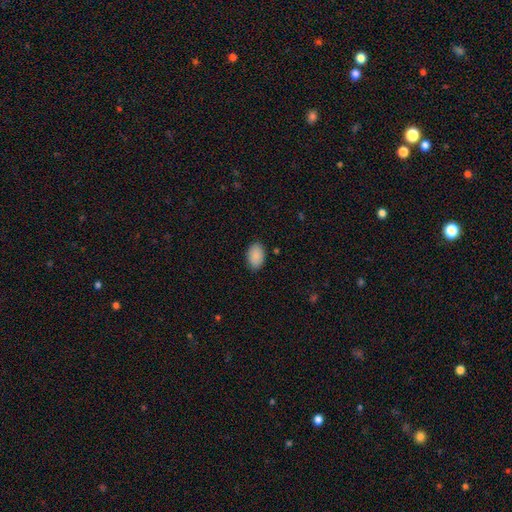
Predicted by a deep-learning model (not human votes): A smooth galaxy with no disk features (90%) that is in between round and cigar-shaped (90%). Merging: none (88%).